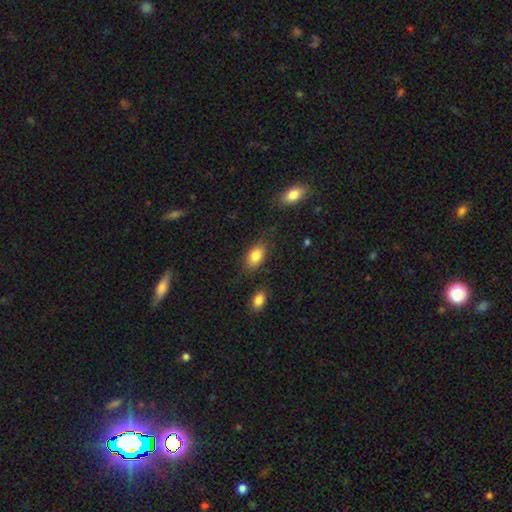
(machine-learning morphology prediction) Overall: smooth (83%). How rounded: in between (89%). Merging: none (76%).